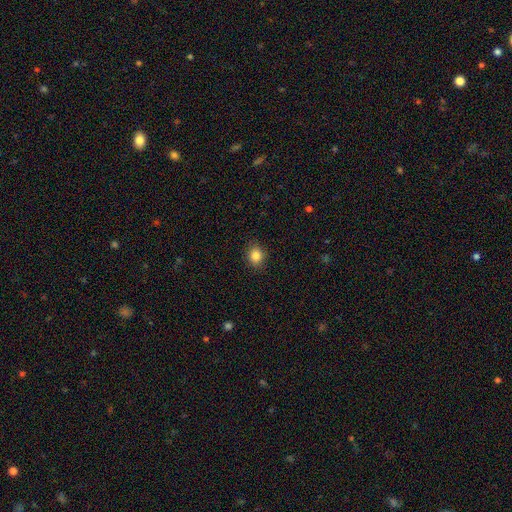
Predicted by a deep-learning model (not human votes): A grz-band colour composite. It shows a smooth galaxy with no disk features (83%) that is round (70%). Merging: none (89%).